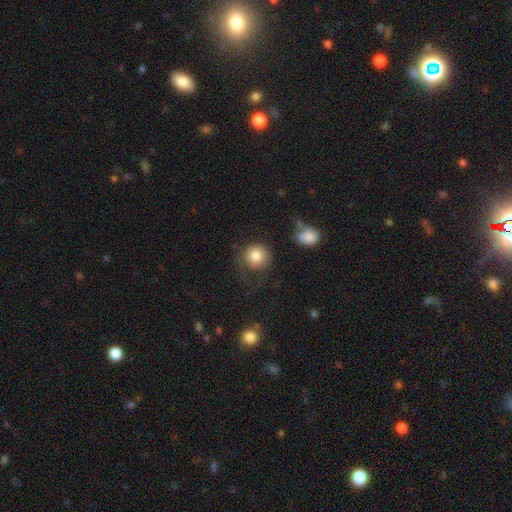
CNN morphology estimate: This appears to be a smooth galaxy with no disk features (81%) that is round (88%). Merging: none (57%).